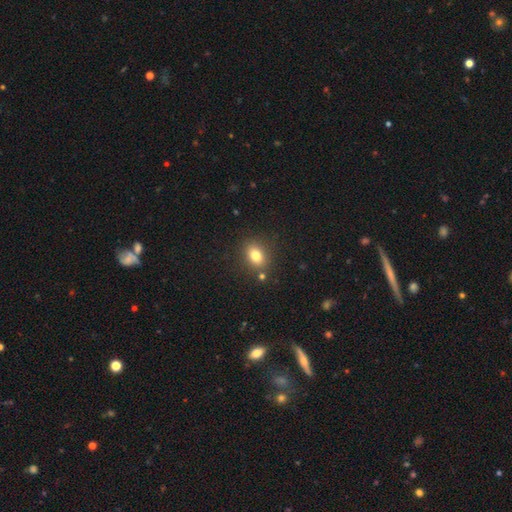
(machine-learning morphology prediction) This is likely a smooth galaxy (79%). How rounded: likely in between (66%). Merging: clearly none (81%).